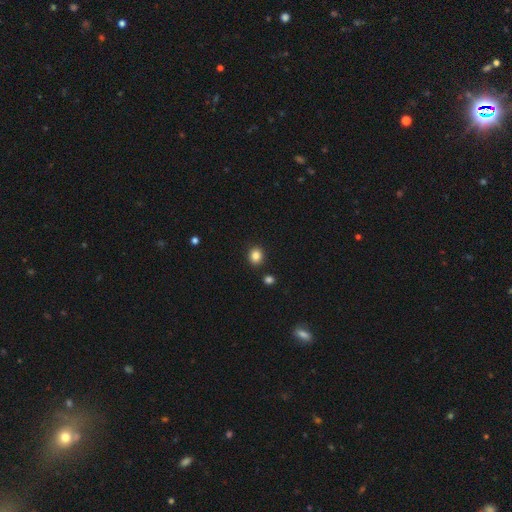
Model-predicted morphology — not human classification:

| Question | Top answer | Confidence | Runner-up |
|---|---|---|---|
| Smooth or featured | smooth | 85% | star or artifact (10%) |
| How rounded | round | 72% | in between (27%) |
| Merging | none | 88% | minor disturbance (7%) |